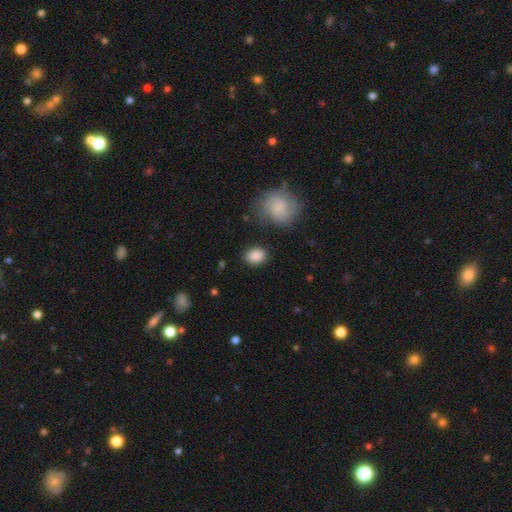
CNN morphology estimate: This appears to be a smooth galaxy with no disk features (86%) that is in between round and cigar-shaped (55%). Merging: none (82%).